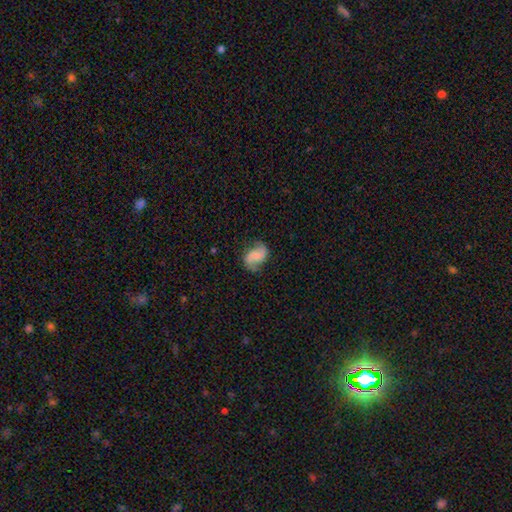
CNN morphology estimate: Smooth or featured? Predicted: featured or disk (p=0.57). Edge-on disk? Predicted: no (p=0.97). Bar? Predicted: no (p=0.44). Spiral arms? Predicted: yes (p=0.92). Spiral winding? Predicted: loose (p=0.60). Spiral arm count? Predicted: 2 (p=0.90). Bulge size? Predicted: small (p=0.35). Merging? Predicted: none (p=0.72).